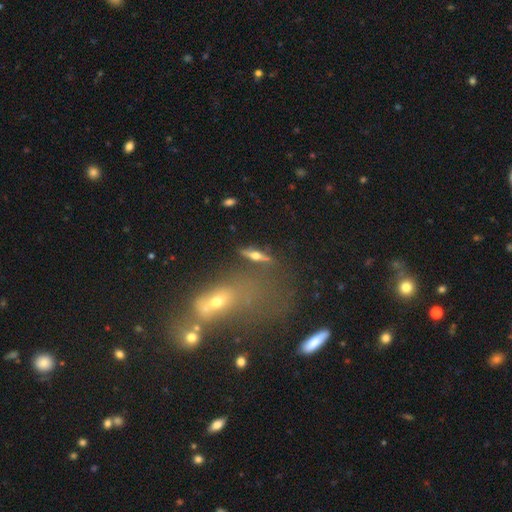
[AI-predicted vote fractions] Smooth or featured?
  - featured or disk: 60% *
  - smooth: 30%
  - star or artifact: 11%
Edge-on disk?
  - yes: 86% *
  - no: 14%
Edge-on bulge?
  - rounded: 95% *
  - boxy: 3%
  - none: 2%
Merging?
  - none: 73% *
  - minor disturbance: 13%
  - merger: 8%
  - major disturbance: 7%